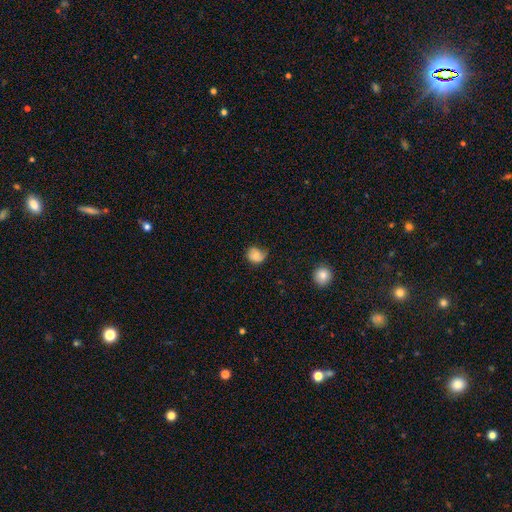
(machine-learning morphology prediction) Smooth or featured?
  - smooth: 76% *
  - featured or disk: 15%
  - star or artifact: 9%
How rounded?
  - round: 62% *
  - in between: 37%
  - cigar-shaped: 1%
Merging?
  - none: 49% *
  - minor disturbance: 35%
  - major disturbance: 14%
  - merger: 2%